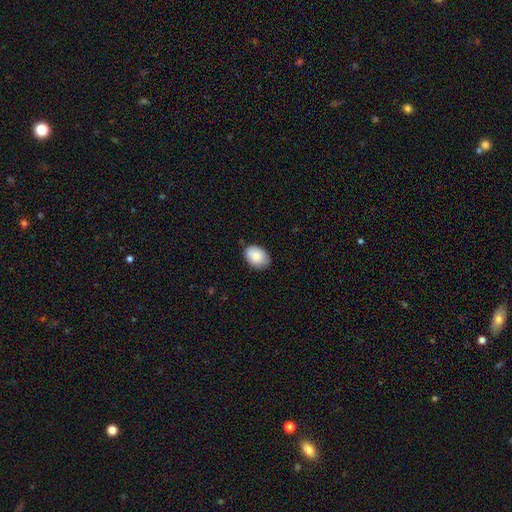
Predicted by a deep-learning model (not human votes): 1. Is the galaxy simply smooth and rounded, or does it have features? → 87% smooth, 7% star or artifact, 6% featured or disk.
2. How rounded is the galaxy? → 78% in between, 21% round, 1% cigar-shaped.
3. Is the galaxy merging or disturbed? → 79% none, 18% minor disturbance, 2% major disturbance, 1% merger.